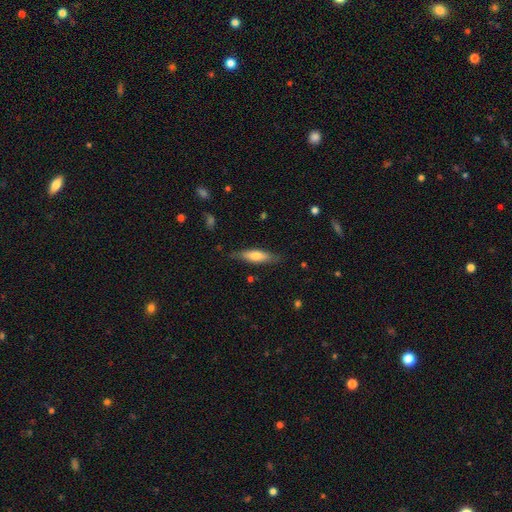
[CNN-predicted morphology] Smooth or featured?
  - smooth: 63% *
  - featured or disk: 32%
  - star or artifact: 6%
How rounded?
  - cigar-shaped: 59% *
  - in between: 39%
  - round: 2%
Merging?
  - none: 79% *
  - minor disturbance: 16%
  - major disturbance: 3%
  - merger: 1%